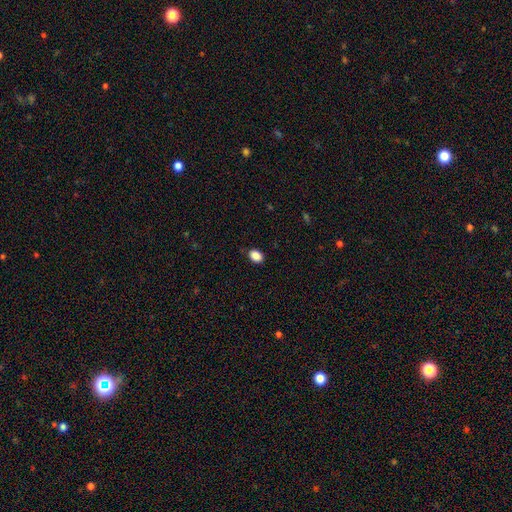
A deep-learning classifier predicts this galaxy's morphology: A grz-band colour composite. It shows a smooth galaxy with no disk features (88%) that is in between round and cigar-shaped (76%). Merging: none (87%).